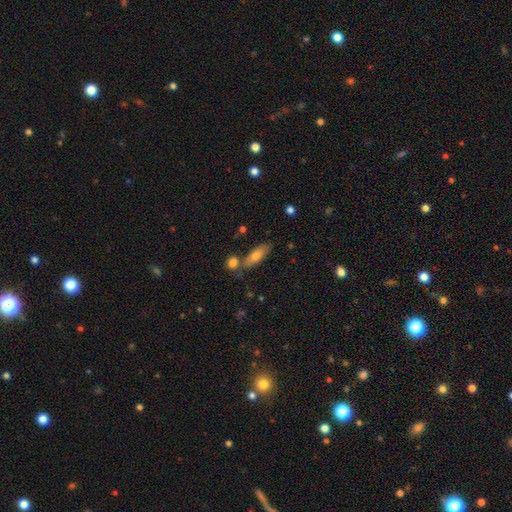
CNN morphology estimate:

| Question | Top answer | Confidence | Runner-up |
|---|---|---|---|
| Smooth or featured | smooth | 65% | featured or disk (27%) |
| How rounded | in between | 59% | cigar-shaped (37%) |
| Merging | none | 67% | merger (15%) |